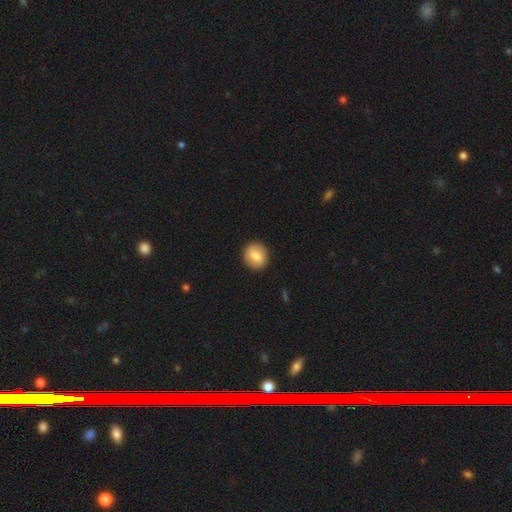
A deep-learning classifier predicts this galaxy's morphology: type=smooth (77%); roundness=round (81%); merging=none (89%).